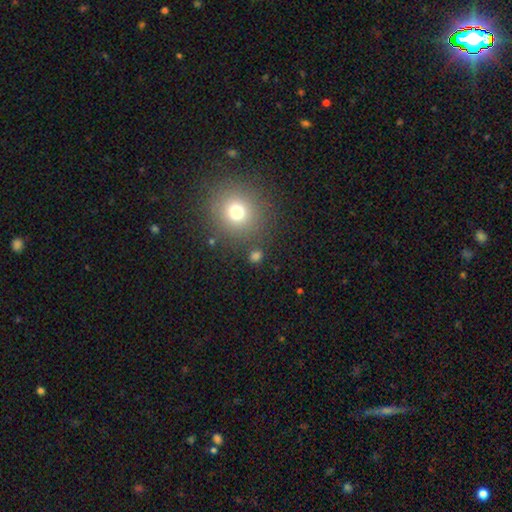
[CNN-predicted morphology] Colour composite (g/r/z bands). It shows a smooth galaxy with no disk features (72%) that is round (83%). Merging: none (81%).